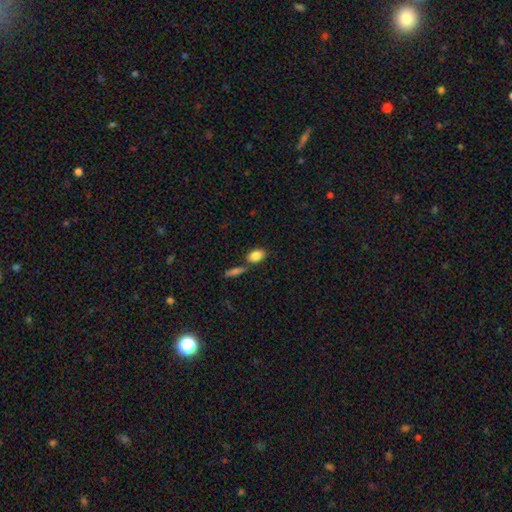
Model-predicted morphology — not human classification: Smooth or featured: smooth — 85% (star or artifact — 7%)
How rounded: in between — 87% (round — 9%)
Merging: none — 63% (merger — 21%)